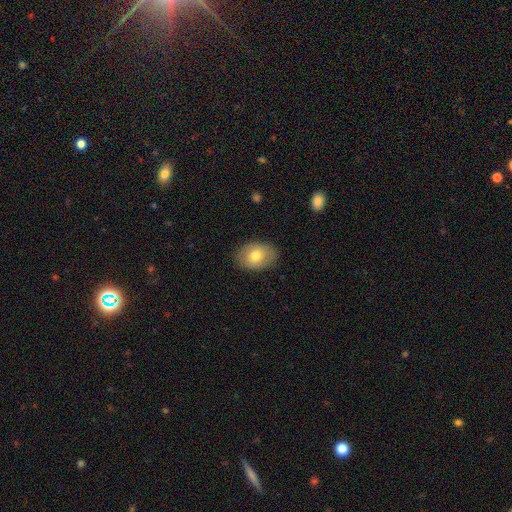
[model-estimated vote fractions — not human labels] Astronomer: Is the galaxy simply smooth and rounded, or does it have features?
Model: smooth — 76%.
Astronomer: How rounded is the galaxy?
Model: in between — 78%.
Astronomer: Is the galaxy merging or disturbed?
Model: none — 85%.